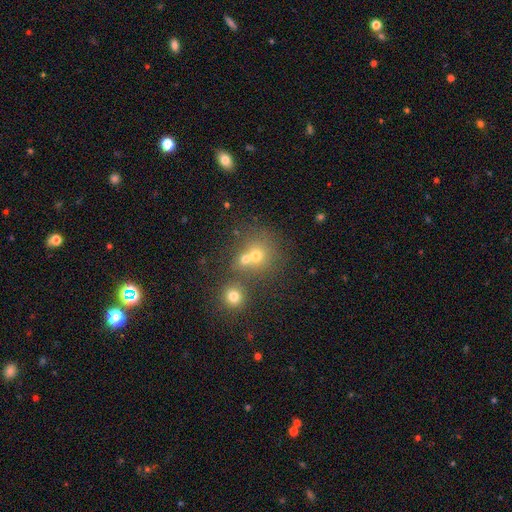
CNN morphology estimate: Overall: smooth (67%). How rounded: round (83%). Merging: none (47%; merger 42%).